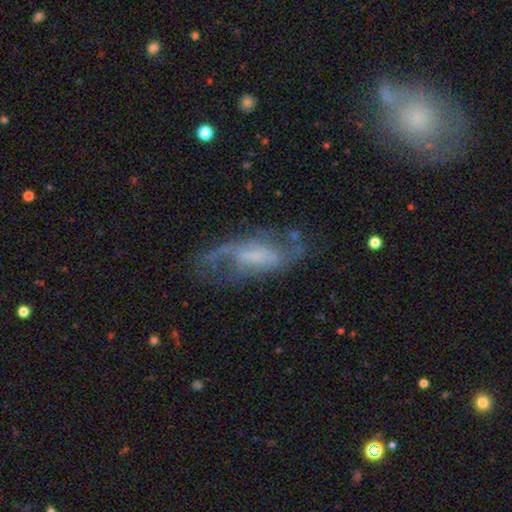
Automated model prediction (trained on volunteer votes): Q: Smooth or featured?
A: featured or disk (71%); runner-up: smooth (21%)
Q: Edge-on disk?
A: no (90%); runner-up: yes (10%)
Q: Bar?
A: weak (43%); runner-up: no (33%)
Q: Spiral arms?
A: yes (81%); runner-up: no (19%)
Q: Spiral winding?
A: loose (47%); runner-up: medium (39%)
Q: Spiral arm count?
A: 2 (68%); runner-up: can't tell (16%)
Q: Bulge size?
A: none (46%); runner-up: small (22%)
Q: Merging?
A: none (52%); runner-up: minor disturbance (23%)